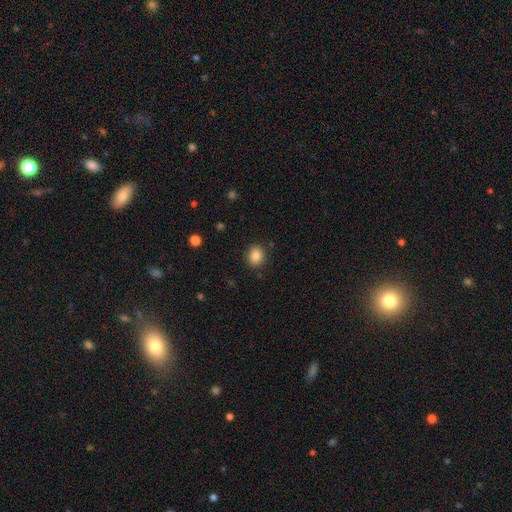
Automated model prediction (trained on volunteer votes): Smooth or featured?
  - smooth: 85% *
  - star or artifact: 10%
  - featured or disk: 5%
How rounded?
  - round: 63% *
  - in between: 36%
  - cigar-shaped: 1%
Merging?
  - none: 87% *
  - minor disturbance: 9%
  - major disturbance: 3%
  - merger: 1%